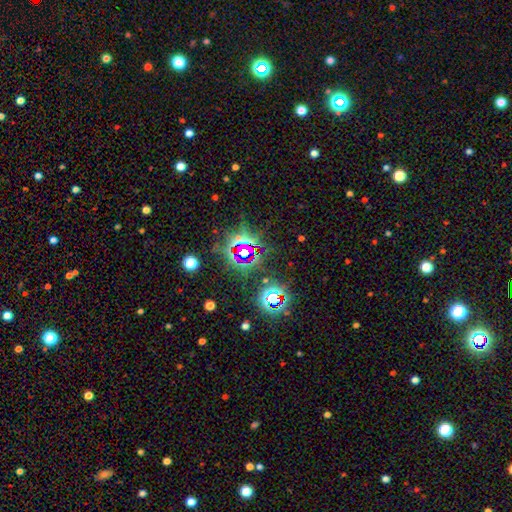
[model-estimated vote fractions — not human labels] A star or artifact, not a galaxy (80%).

Vote fractions:
- Smooth or featured? star or artifact: 80% / smooth: 11% / featured or disk: 8%